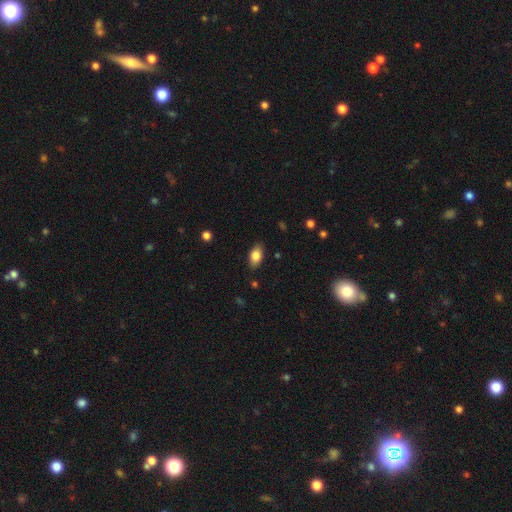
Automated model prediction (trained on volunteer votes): smooth 82%, featured or disk 10%, star or artifact 7%. Down the decision tree: how rounded — in between (90%); merging — none (86%).